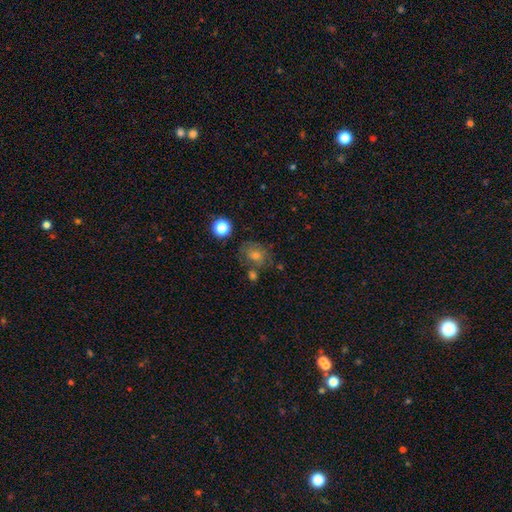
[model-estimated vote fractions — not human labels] Smooth or featured? smooth (53%)
How rounded? round (59%)
Merging? none (64%)